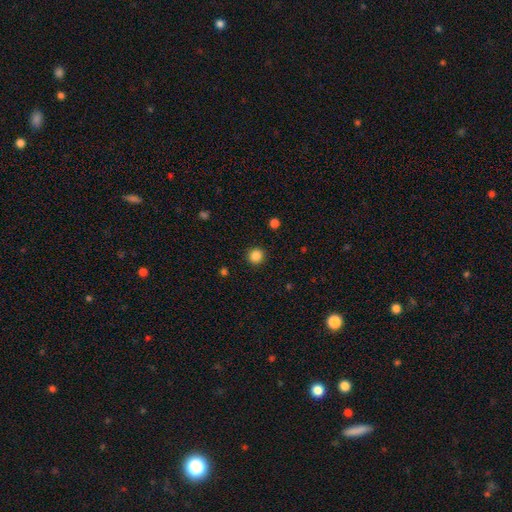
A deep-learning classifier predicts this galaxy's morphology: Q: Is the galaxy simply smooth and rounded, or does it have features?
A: smooth — 86%.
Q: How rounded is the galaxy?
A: round — 92%.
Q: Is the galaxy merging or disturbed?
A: none — 92%.